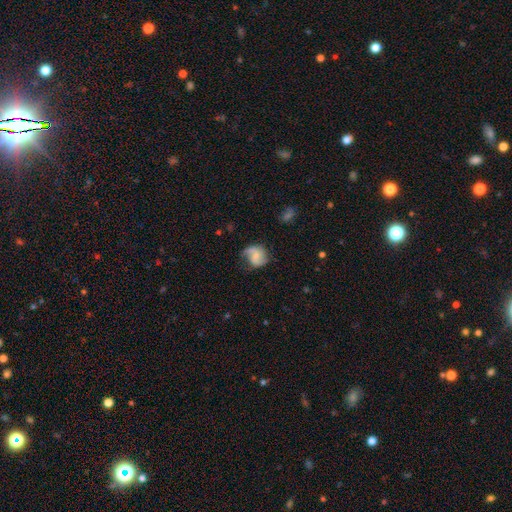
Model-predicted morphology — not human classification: A featured or disk galaxy (63%) with no bar (51%), 2 (68%) loose (42%) spiral arms (91%) and a small central bulge (49%).

Vote fractions:
- Smooth or featured? featured or disk: 63% / smooth: 30% / star or artifact: 7%
- Edge-on disk? no: 98% / yes: 2%
- Bar? no: 51% / weak: 39% / strong: 10%
- Spiral arms? yes: 91% / no: 9%
- Spiral winding? loose: 42% / medium: 41% / tight: 17%
- Spiral arm count? 2: 68% / 1: 21% / can't tell: 7% / 3: 2% / 4: 1% / more than 4: 1%
- Bulge size? small: 49% / moderate: 25% / none: 22% / large: 3% / dominant: 1%
- Merging? none: 55% / minor disturbance: 27% / major disturbance: 16% / merger: 2%